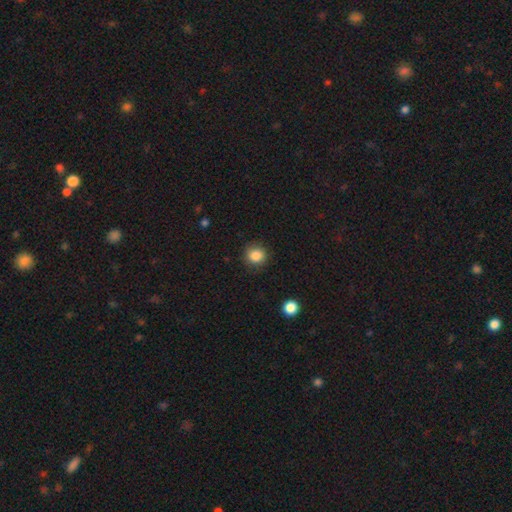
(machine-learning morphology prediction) Smooth or featured? smooth (86%)
How rounded? round (87%)
Merging? none (89%)